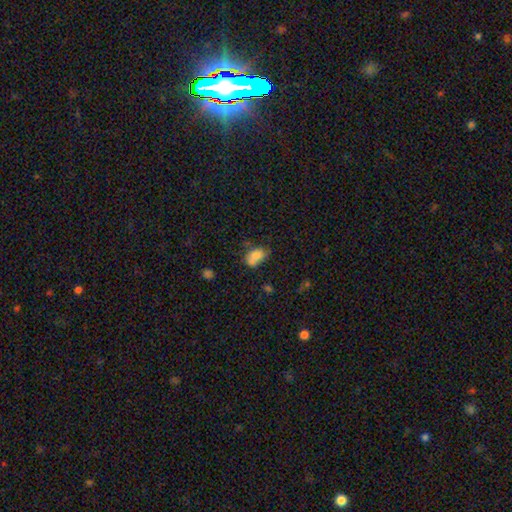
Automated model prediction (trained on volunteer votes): A smooth galaxy with no disk features (76%) that is in between round and cigar-shaped (77%). Merging: none (43%).